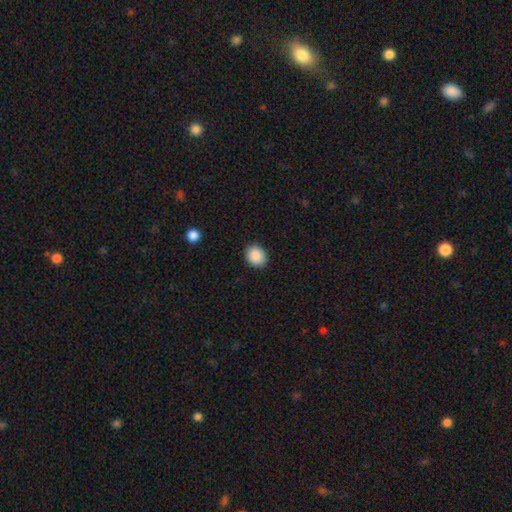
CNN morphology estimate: This is clearly a smooth galaxy (89%). How rounded: possibly round (58%). Merging: clearly none (89%).